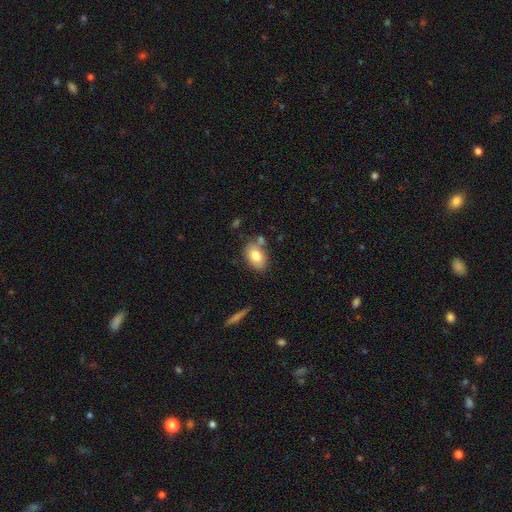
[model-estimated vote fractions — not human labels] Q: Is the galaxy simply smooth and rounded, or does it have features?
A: smooth — 79%.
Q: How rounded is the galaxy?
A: in between — 86%.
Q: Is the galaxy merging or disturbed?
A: none — 73%.